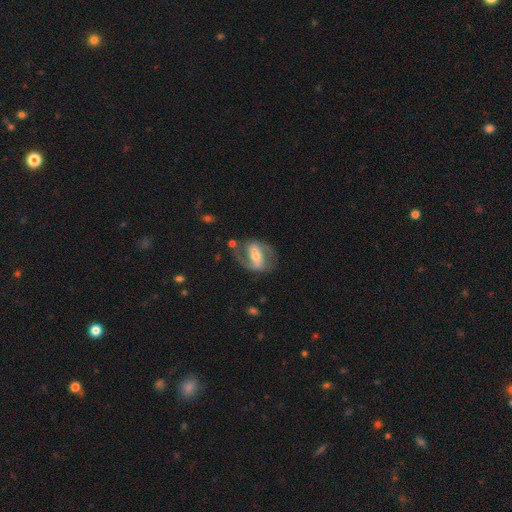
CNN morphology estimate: Overall: featured or disk (83%). Edge-on disk: no (96%). Bar: strong (58%; weak 29%). Spiral arms: yes (90%). Spiral arm count: 2 (83%). Spiral winding: medium (51%; loose 27%). Bulge size: moderate (54%; small 38%). Merging: none (69%).